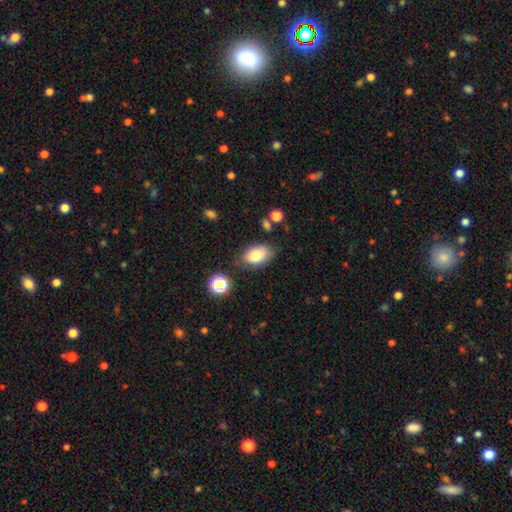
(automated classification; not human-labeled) smooth_or_featured: smooth (p=0.82) [alt: featured or disk p=0.10]
how_rounded: in between (p=0.91) [alt: round p=0.08]
merging: none (p=0.72) [alt: minor disturbance p=0.19]